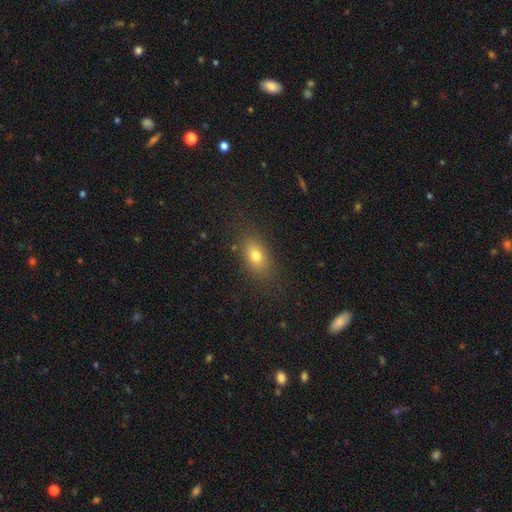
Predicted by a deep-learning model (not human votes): Smooth or featured? Predicted: smooth (p=0.76). How rounded? Predicted: in between (p=0.80). Merging? Predicted: none (p=0.82).